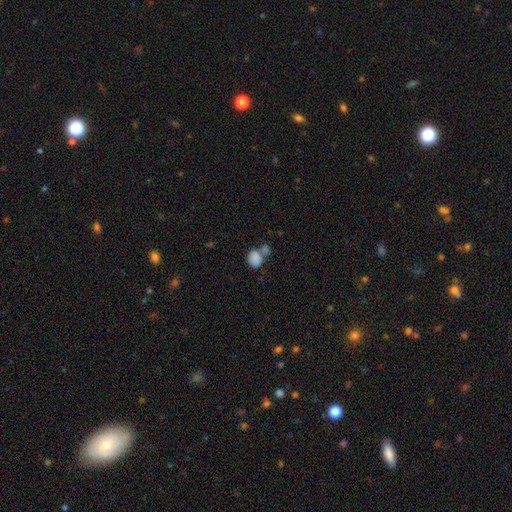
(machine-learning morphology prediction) A smooth galaxy with no disk features (83%) that is round (53%). Merging: merger (47%).